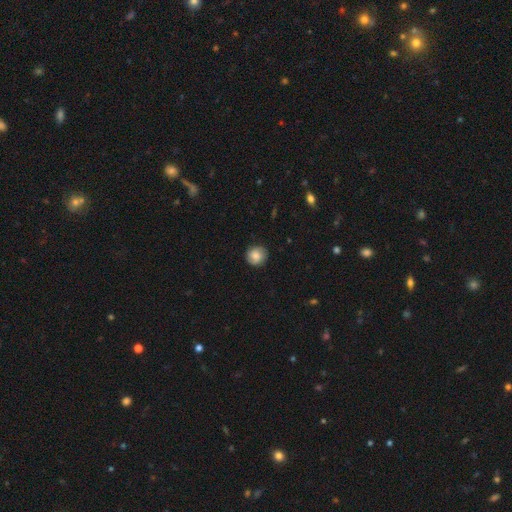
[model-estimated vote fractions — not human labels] Overall: smooth (78%). How rounded: round (90%). Merging: none (85%).